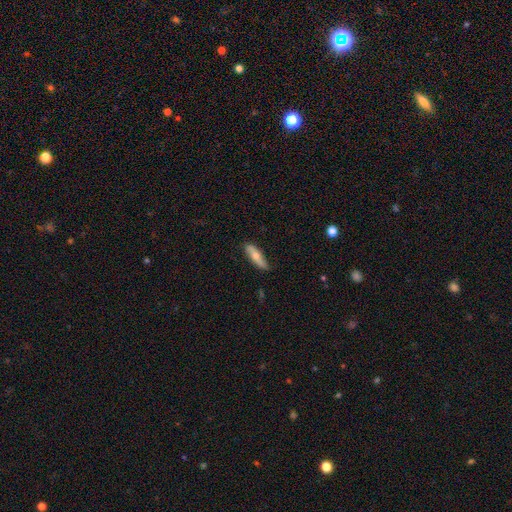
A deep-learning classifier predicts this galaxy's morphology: smooth_or_featured: smooth (p=0.58) [alt: featured or disk p=0.37]
how_rounded: cigar-shaped (p=0.60) [alt: in between p=0.37]
merging: none (p=0.81) [alt: minor disturbance p=0.16]